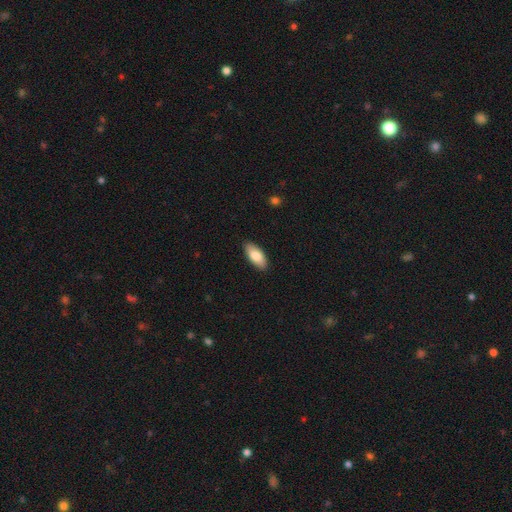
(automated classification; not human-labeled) This is clearly a smooth galaxy (83%). How rounded: clearly in between (88%). Merging: clearly none (89%).